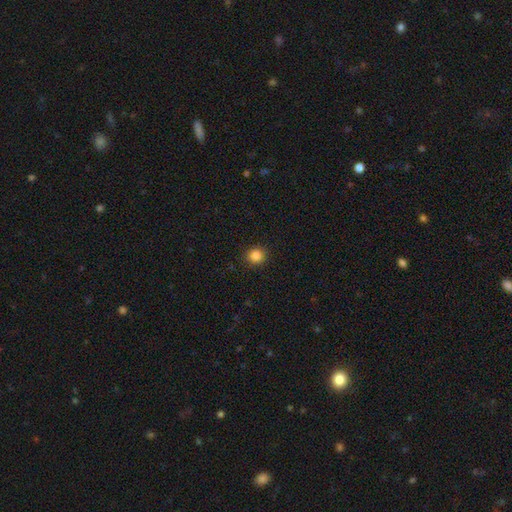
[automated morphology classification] Smooth or featured?
  - smooth: 85% *
  - star or artifact: 11%
  - featured or disk: 4%
How rounded?
  - round: 90% *
  - in between: 9%
  - cigar-shaped: 1%
Merging?
  - none: 91% *
  - minor disturbance: 6%
  - major disturbance: 2%
  - merger: 1%